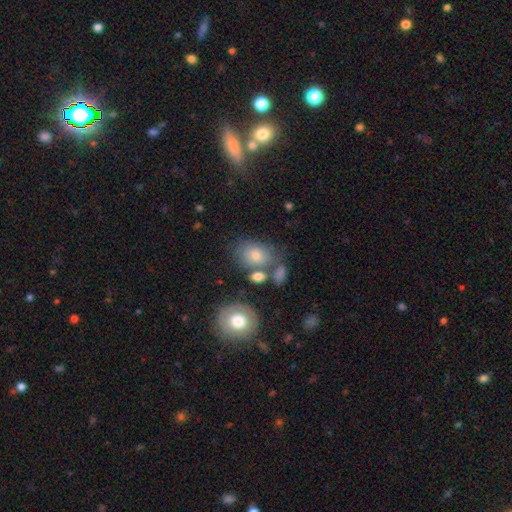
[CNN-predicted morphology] Q: Smooth or featured?
A: smooth (67%); runner-up: featured or disk (19%)
Q: How rounded?
A: in between (59%); runner-up: round (40%)
Q: Merging?
A: none (56%); runner-up: minor disturbance (18%)